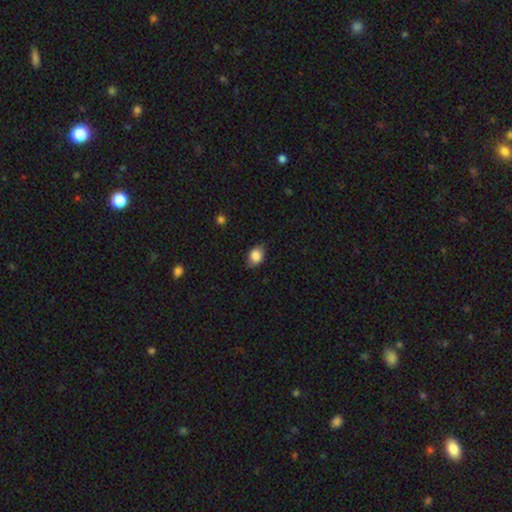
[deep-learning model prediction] Smooth or featured: smooth — 83% (featured or disk — 8%)
How rounded: in between — 70% (round — 28%)
Merging: none — 77% (minor disturbance — 18%)